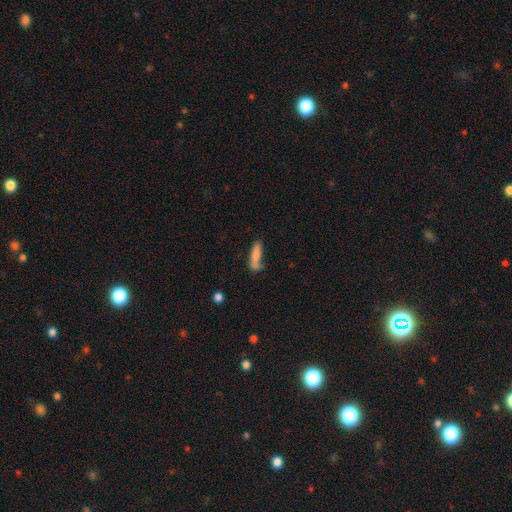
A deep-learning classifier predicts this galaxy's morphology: Smooth or featured? Predicted: smooth (p=0.78). How rounded? Predicted: cigar-shaped (p=0.70). Merging? Predicted: none (p=0.51).